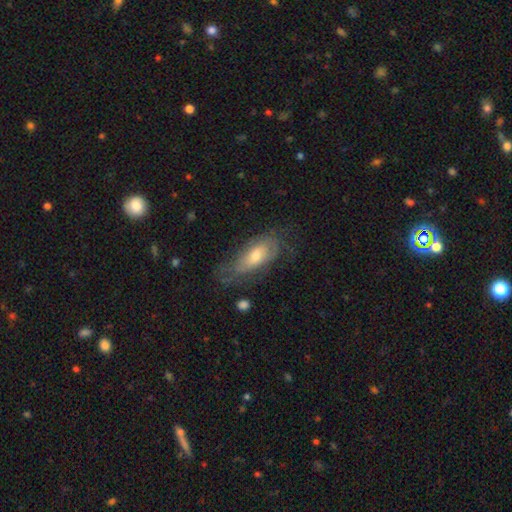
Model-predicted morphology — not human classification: The model was most divided on "smooth or featured": featured or disk: 55%, smooth: 38%, star or artifact: 7%. More confident: edge-on disk — no (84%); merging — none (52%).